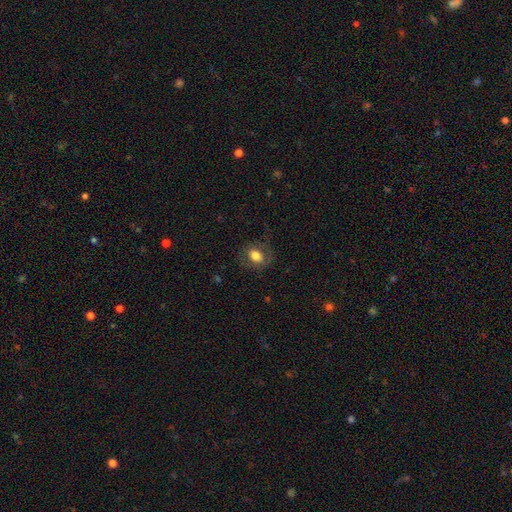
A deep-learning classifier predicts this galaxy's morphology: Smooth or featured? Predicted: smooth (p=0.72). How rounded? Predicted: in between (p=0.58). Merging? Predicted: none (p=0.67).